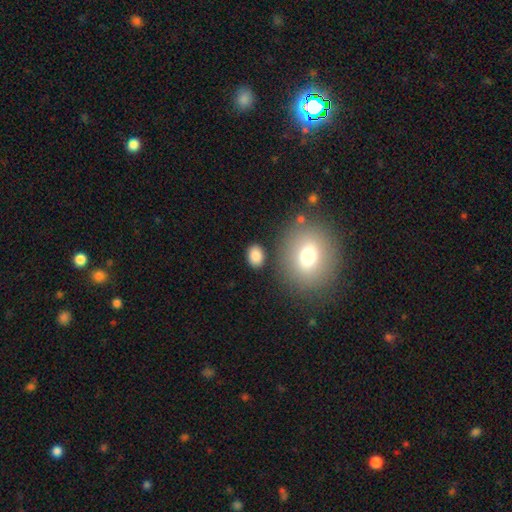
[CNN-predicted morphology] Smooth or featured: smooth — 85% (star or artifact — 9%)
How rounded: in between — 75% (round — 23%)
Merging: none — 82% (minor disturbance — 10%)